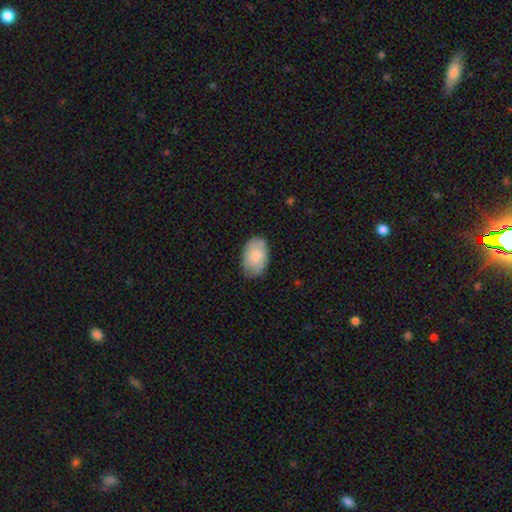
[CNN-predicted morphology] The model was most divided on "smooth or featured": smooth: 66%, featured or disk: 27%, star or artifact: 6%. More confident: how rounded — in between (90%); merging — none (77%).